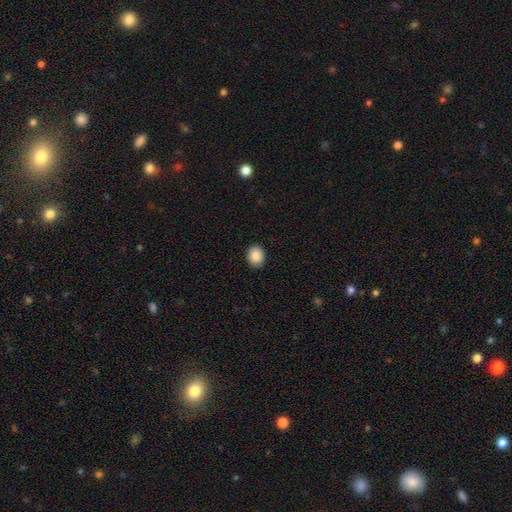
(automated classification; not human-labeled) This appears to be a smooth galaxy with no disk features (89%) that is in between round and cigar-shaped (50%). Merging: none (89%).